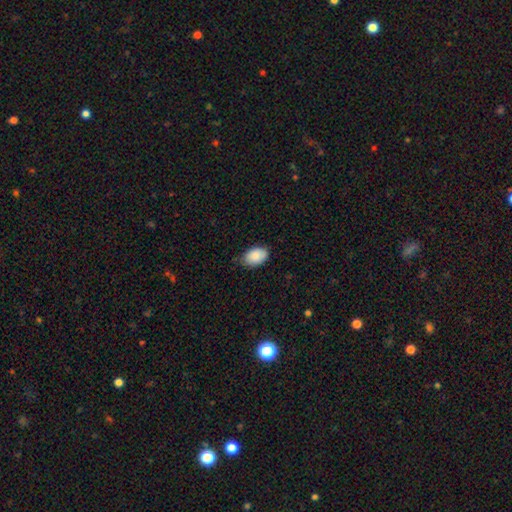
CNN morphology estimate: smooth_or_featured: smooth (p=0.88) [alt: star or artifact p=0.07]
how_rounded: in between (p=0.90) [alt: round p=0.09]
merging: none (p=0.72) [alt: minor disturbance p=0.24]